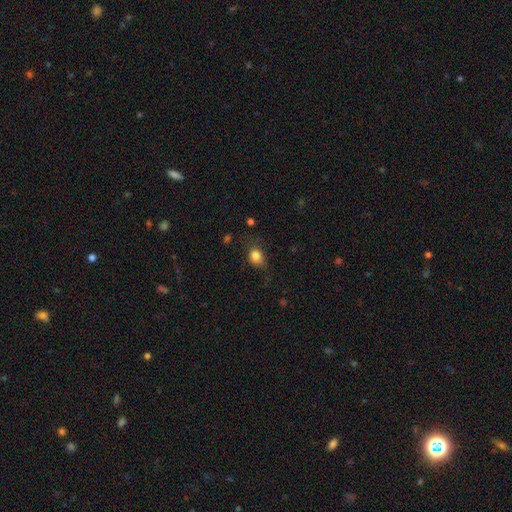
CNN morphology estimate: Smooth or featured?
  - smooth: 82% *
  - star or artifact: 11%
  - featured or disk: 7%
How rounded?
  - in between: 53% *
  - round: 45%
  - cigar-shaped: 1%
Merging?
  - none: 67% *
  - minor disturbance: 24%
  - major disturbance: 8%
  - merger: 2%